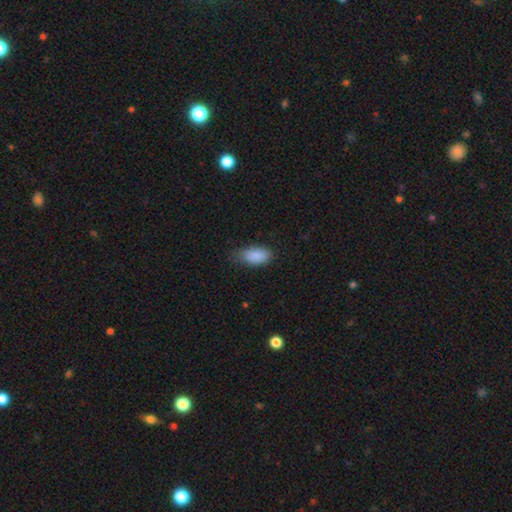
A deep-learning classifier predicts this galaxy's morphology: smooth_or_featured: smooth (p=0.88) [alt: star or artifact p=0.07]
how_rounded: in between (p=0.92) [alt: cigar-shaped p=0.04]
merging: none (p=0.61) [alt: minor disturbance p=0.31]